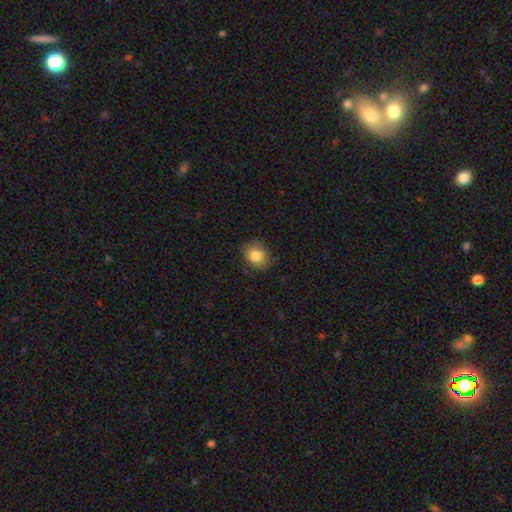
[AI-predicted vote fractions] This appears to be a smooth galaxy with no disk features (85%) that is round (60%). Merging: none (79%).